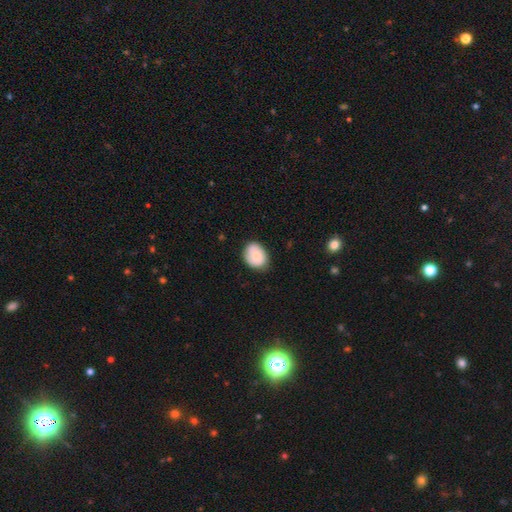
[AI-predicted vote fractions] Smooth or featured: smooth — 79% (featured or disk — 14%)
How rounded: in between — 55% (round — 44%)
Merging: none — 75% (minor disturbance — 20%)